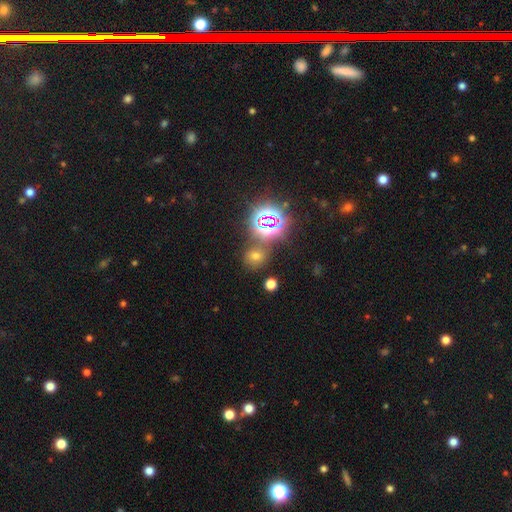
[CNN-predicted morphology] A star or artifact, not a galaxy (47%).

Vote fractions:
- Smooth or featured? star or artifact: 47% / smooth: 44% / featured or disk: 9%